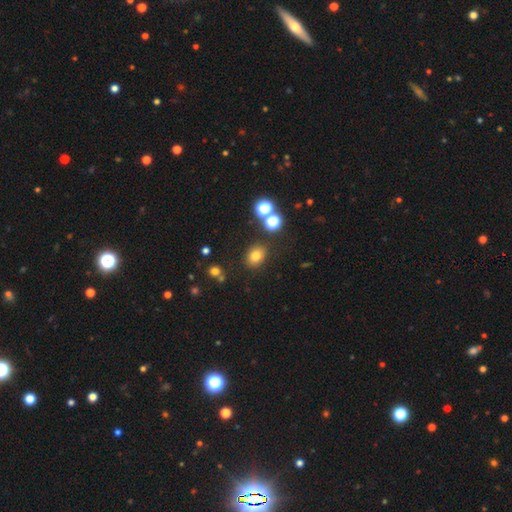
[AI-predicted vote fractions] Overall: smooth (76%). How rounded: in between (51%; round 48%). Merging: none (83%).